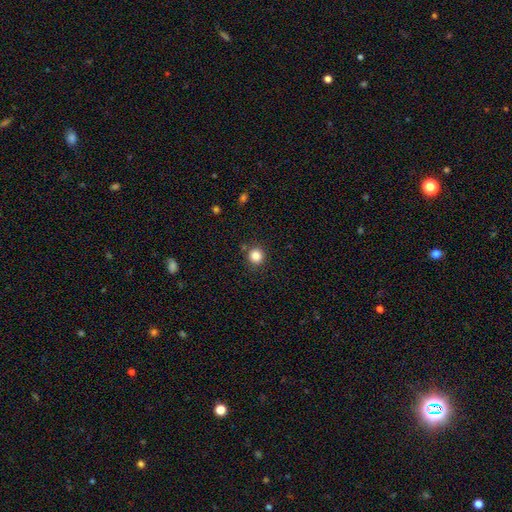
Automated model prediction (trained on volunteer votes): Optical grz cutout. It shows a smooth galaxy with no disk features (85%) that is round (91%). Merging: none (86%).